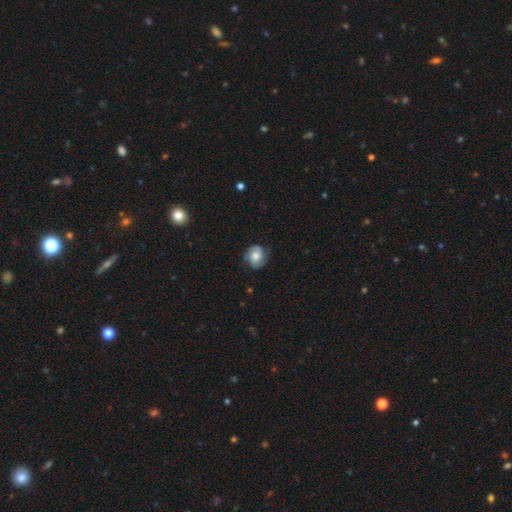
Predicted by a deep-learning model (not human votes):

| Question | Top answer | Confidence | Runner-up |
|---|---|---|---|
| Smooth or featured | featured or disk | 57% | smooth (35%) |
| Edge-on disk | no | 97% | yes (3%) |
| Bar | no | 70% | weak (24%) |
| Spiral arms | yes | 90% | no (10%) |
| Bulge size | moderate | 62% | large (18%) |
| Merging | none | 76% | minor disturbance (17%) |